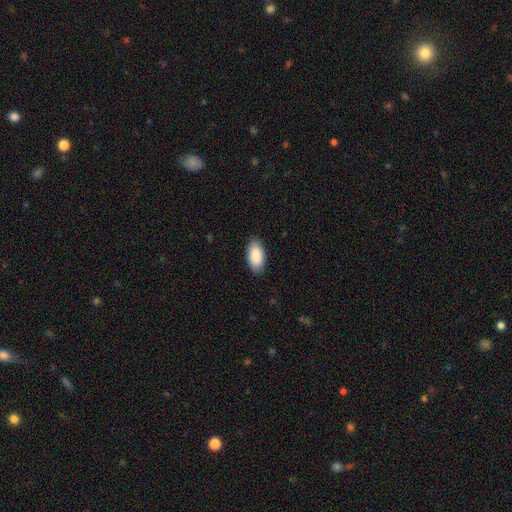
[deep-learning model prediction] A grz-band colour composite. It shows a smooth galaxy with no disk features (90%) that is in between round and cigar-shaped (95%). Merging: none (87%).